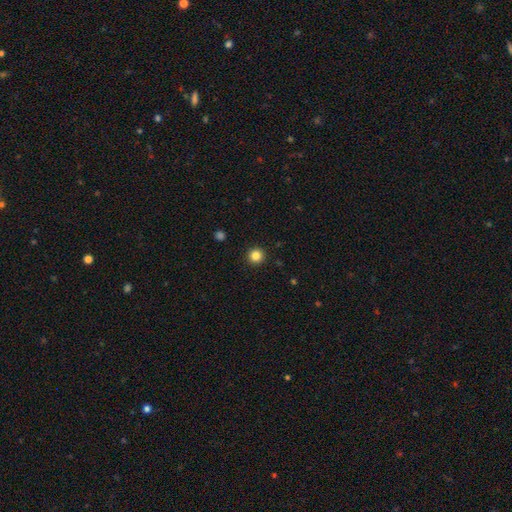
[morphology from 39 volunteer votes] Smooth or featured: smooth — 90% (star or artifact — 8%)
How rounded: round — 100%
Merging: none — 97% (minor disturbance — 3%)